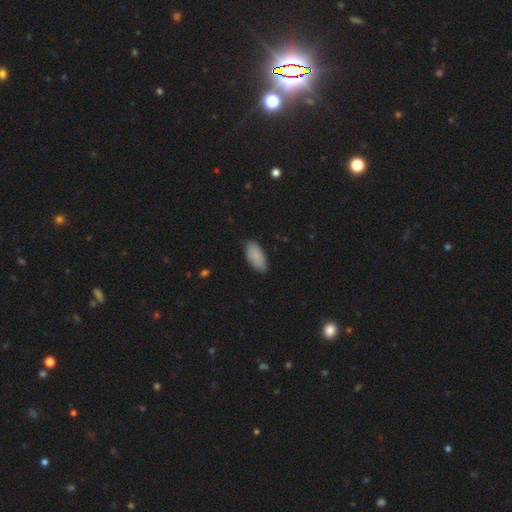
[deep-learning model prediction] Morphology: type=smooth (87%); roundness=in between (92%); merging=none (80%).